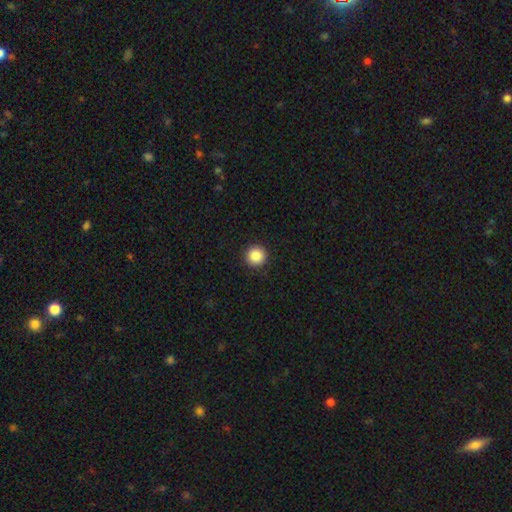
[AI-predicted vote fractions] smooth_or_featured: smooth (p=0.87) [alt: star or artifact p=0.09]
how_rounded: round (p=0.96) [alt: in between p=0.03]
merging: none (p=0.92) [alt: minor disturbance p=0.05]